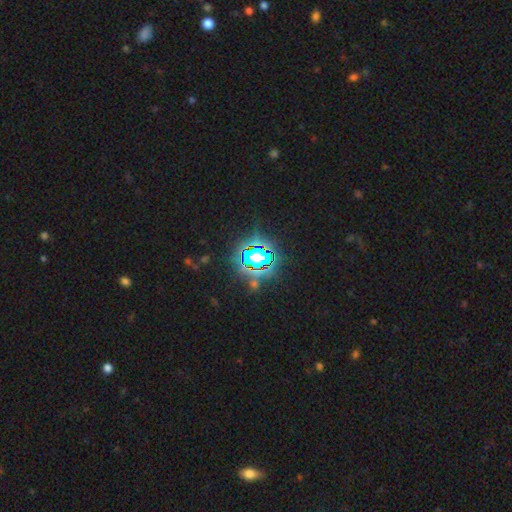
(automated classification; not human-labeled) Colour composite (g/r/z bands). It shows a star or artifact, not a galaxy (82%).